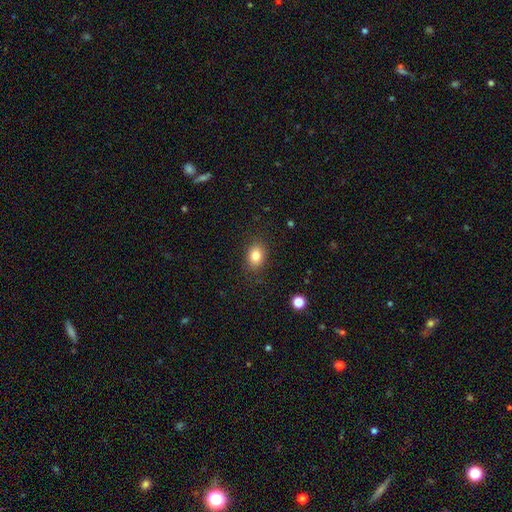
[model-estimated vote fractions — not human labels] Overall: smooth (82%). How rounded: in between (72%). Merging: none (85%).